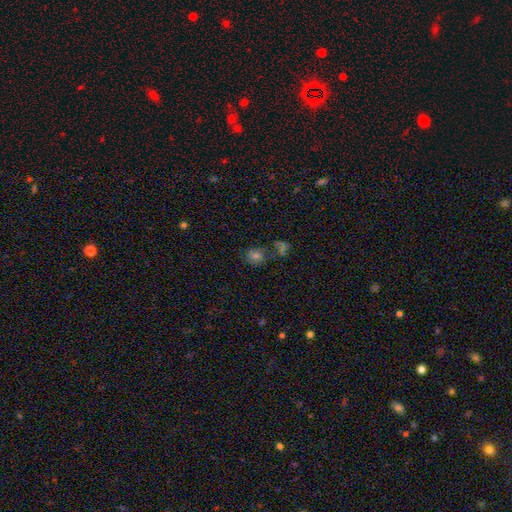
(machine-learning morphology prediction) Smooth or featured?
  - smooth: 50% *
  - star or artifact: 29%
  - featured or disk: 21%
How rounded?
  - round: 55% *
  - in between: 43%
  - cigar-shaped: 2%
Merging?
  - none: 63% *
  - merger: 15%
  - minor disturbance: 15%
  - major disturbance: 8%